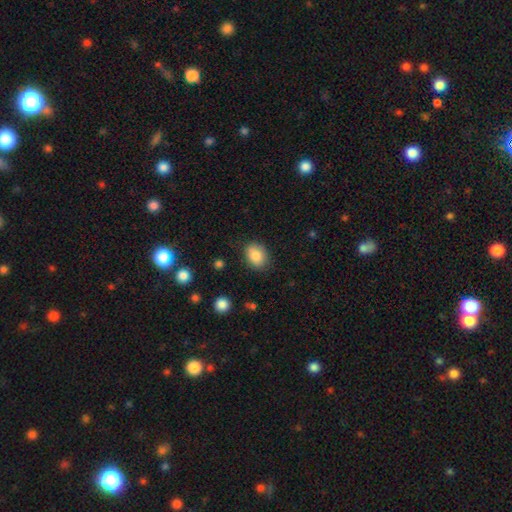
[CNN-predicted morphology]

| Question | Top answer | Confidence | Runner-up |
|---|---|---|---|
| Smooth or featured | smooth | 84% | star or artifact (8%) |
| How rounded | in between | 66% | round (33%) |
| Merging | none | 83% | minor disturbance (12%) |